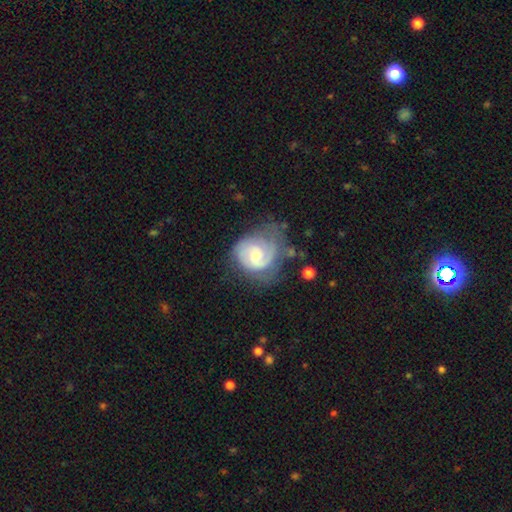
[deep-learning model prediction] Smooth or featured: featured or disk — 79% (smooth — 16%)
Edge-on disk: no — 98% (yes — 2%)
Bar: no — 52% (weak — 42%)
Spiral arms: yes — 95% (no — 5%)
Spiral winding: tight — 49% (medium — 39%)
Spiral arm count: 2 — 59% (can't tell — 17%)
Bulge size: small — 51% (moderate — 38%)
Merging: none — 48% (minor disturbance — 26%)